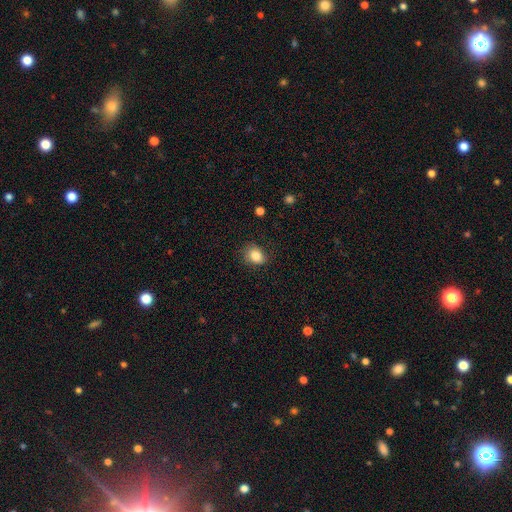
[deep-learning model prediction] The model was most divided on "how rounded": in between: 53%, round: 46%, cigar-shaped: 1%. More confident: smooth or featured — smooth (83%); merging — none (70%).